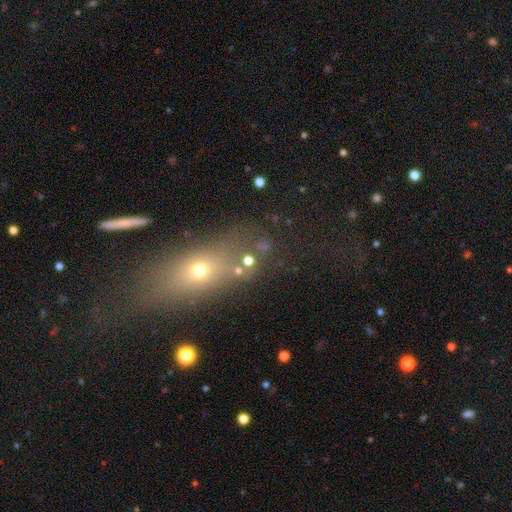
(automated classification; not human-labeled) Smooth or featured? smooth (43%)
Merging? none (58%)